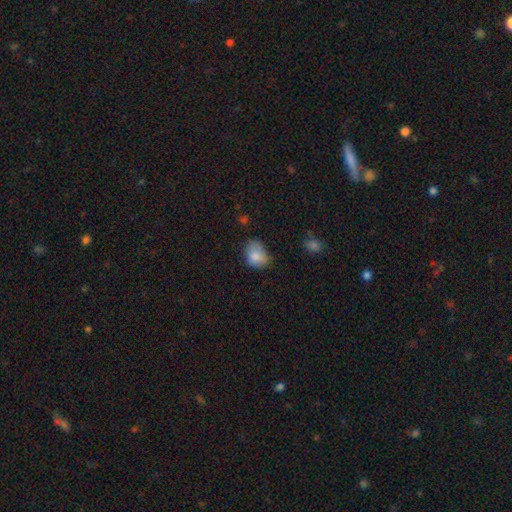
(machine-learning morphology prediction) Smooth or featured? Predicted: smooth (p=0.82). How rounded? Predicted: in between (p=0.64). Merging? Predicted: none (p=0.48).